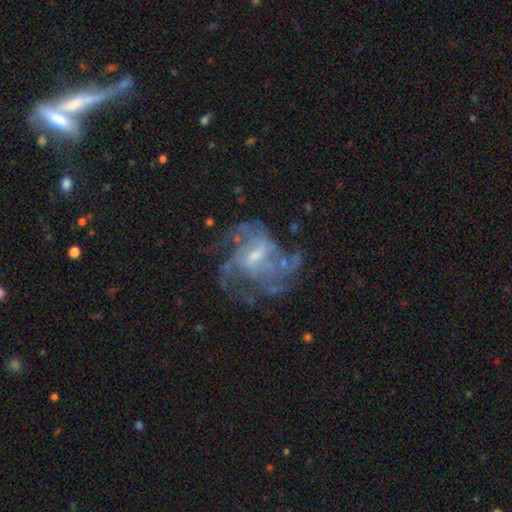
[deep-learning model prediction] A featured or disk galaxy (81%) with a weak bar (52%), medium (46%) spiral arms (82%) and a small central bulge (60%).

Vote fractions:
- Smooth or featured? featured or disk: 81% / smooth: 9% / star or artifact: 9%
- Edge-on disk? no: 98% / yes: 2%
- Bar? weak: 52% / no: 35% / strong: 13%
- Spiral arms? yes: 82% / no: 18%
- Spiral winding? medium: 46% / loose: 31% / tight: 23%
- Spiral arm count? can't tell: 33% / 3: 23% / 2: 17% / 4: 16% / 1: 6% / more than 4: 5%
- Bulge size? small: 60% / moderate: 30% / none: 7% / large: 2% / dominant: 1%
- Merging? none: 45% / major disturbance: 32% / minor disturbance: 19% / merger: 5%